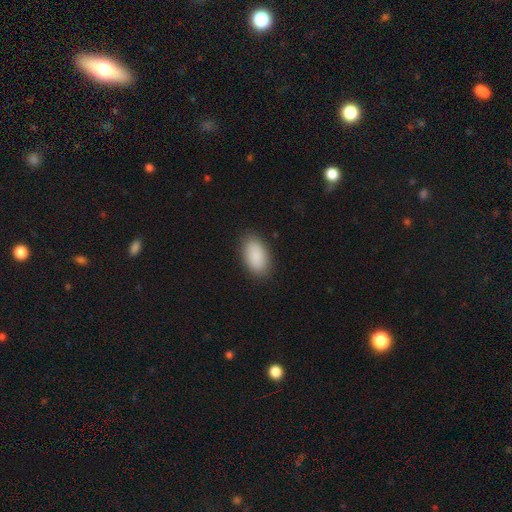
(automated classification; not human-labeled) Overall: smooth (90%). How rounded: in between (94%). Merging: none (87%).